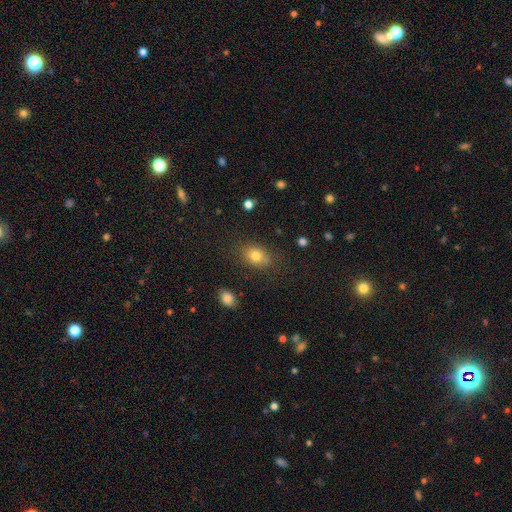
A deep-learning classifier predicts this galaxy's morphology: This is likely a smooth galaxy (78%). How rounded: likely in between (61%). Merging: likely none (70%).